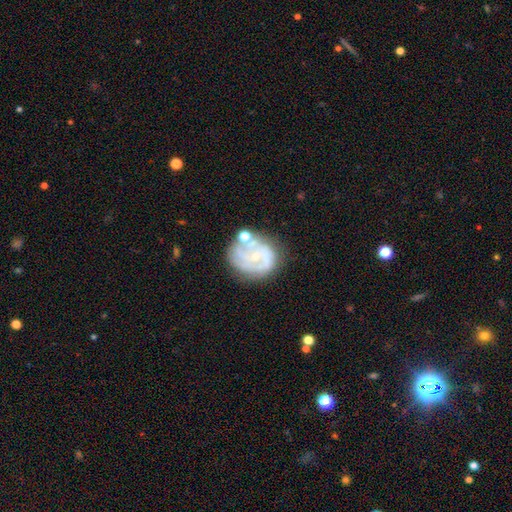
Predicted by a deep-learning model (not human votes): Smooth or featured? featured or disk (72%)
Edge-on disk? no (98%)
Bar? no (73%)
Spiral arms? yes (81%)
Spiral winding? tight (55%)
Spiral arm count? can't tell (36%)
Bulge size? small (71%)
Merging? none (56%)